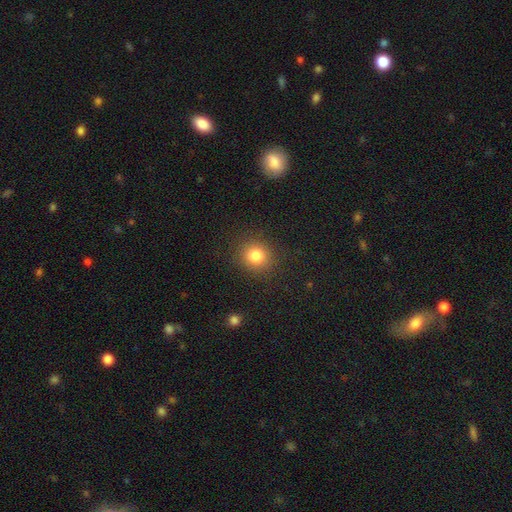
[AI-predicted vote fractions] smooth-or-featured: smooth: 82% | star or artifact: 12% | featured or disk: 6%
  how-rounded: round: 85% | in between: 14% | cigar-shaped: 1%
  merging: none: 89% | minor disturbance: 7% | major disturbance: 3% | merger: 1%